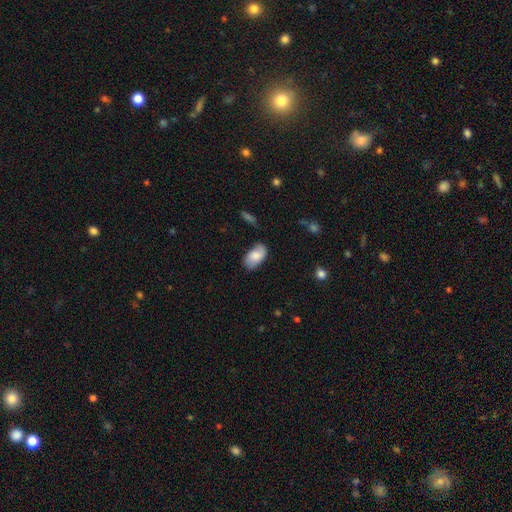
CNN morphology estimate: A smooth galaxy with no disk features (76%) that is in between round and cigar-shaped (94%).

Vote fractions:
- Smooth or featured? smooth: 76% / featured or disk: 18% / star or artifact: 7%
- How rounded? in between: 94% / round: 4% / cigar-shaped: 2%
- Merging? none: 71% / minor disturbance: 23% / major disturbance: 5% / merger: 2%